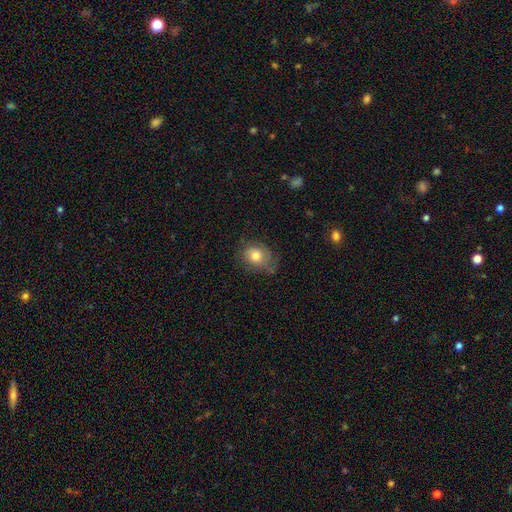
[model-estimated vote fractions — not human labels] Smooth or featured?
  - smooth: 70% *
  - featured or disk: 21%
  - star or artifact: 9%
How rounded?
  - round: 56% *
  - in between: 43%
  - cigar-shaped: 1%
Merging?
  - none: 60% *
  - minor disturbance: 27%
  - major disturbance: 11%
  - merger: 2%